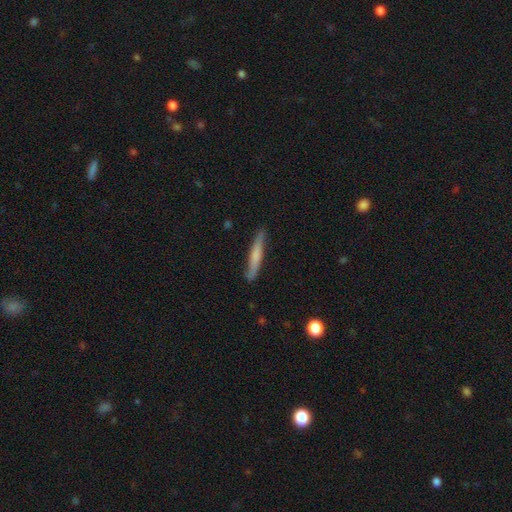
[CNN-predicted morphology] smooth-or-featured: smooth: 58% | featured or disk: 37% | star or artifact: 6%
  how-rounded: cigar-shaped: 95% | in between: 4% | round: 1%
  merging: none: 84% | minor disturbance: 12% | major disturbance: 2% | merger: 1%